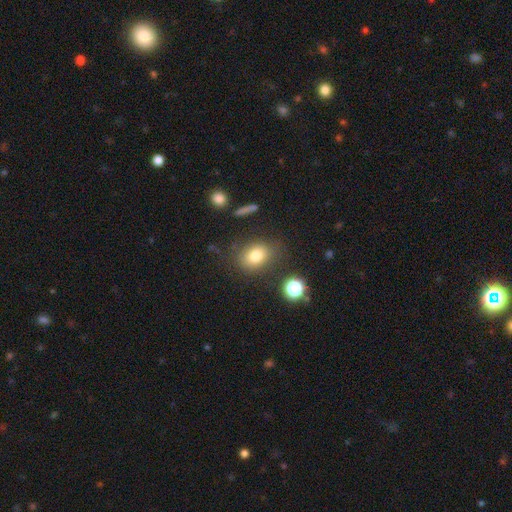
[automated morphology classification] Smooth or featured?
  - smooth: 78% *
  - star or artifact: 12%
  - featured or disk: 10%
How rounded?
  - in between: 63% *
  - round: 36%
  - cigar-shaped: 1%
Merging?
  - none: 75% *
  - minor disturbance: 15%
  - major disturbance: 6%
  - merger: 4%